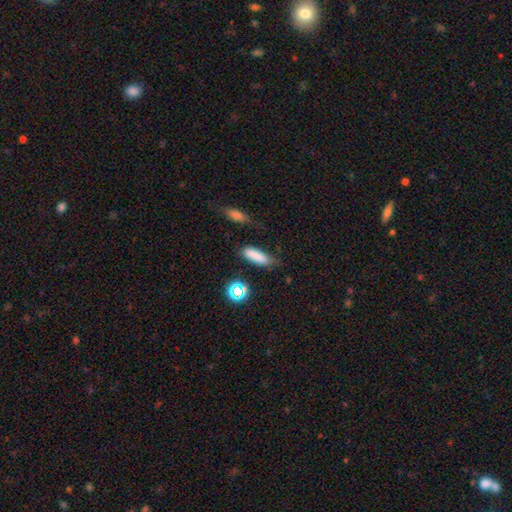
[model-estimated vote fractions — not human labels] A smooth galaxy with no disk features (79%) that is in between round and cigar-shaped (51%).

Vote fractions:
- Smooth or featured? smooth: 79% / star or artifact: 12% / featured or disk: 9%
- How rounded? in between: 51% / cigar-shaped: 45% / round: 3%
- Merging? none: 64% / minor disturbance: 23% / major disturbance: 8% / merger: 5%